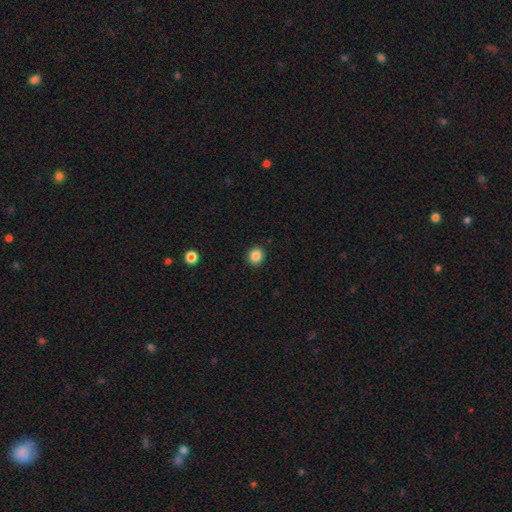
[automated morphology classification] smooth_or_featured: smooth (p=0.86) [alt: star or artifact p=0.10]
how_rounded: round (p=0.85) [alt: in between p=0.14]
merging: none (p=0.92) [alt: minor disturbance p=0.05]